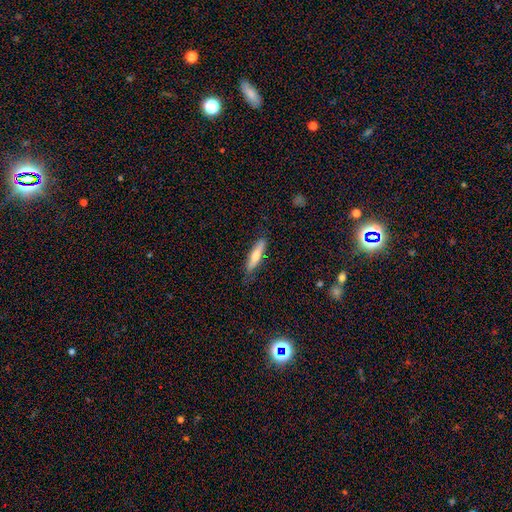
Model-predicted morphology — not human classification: Q: Smooth or featured?
A: smooth (59%); runner-up: featured or disk (35%)
Q: How rounded?
A: cigar-shaped (81%); runner-up: in between (17%)
Q: Merging?
A: none (81%); runner-up: minor disturbance (15%)